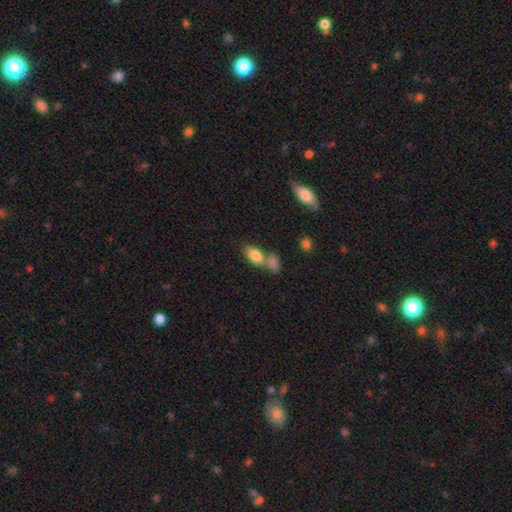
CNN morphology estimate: smooth-or-featured: smooth: 82% | featured or disk: 11% | star or artifact: 8%
  how-rounded: in between: 88% | round: 7% | cigar-shaped: 5%
  merging: merger: 46% | none: 39% | minor disturbance: 11% | major disturbance: 4%